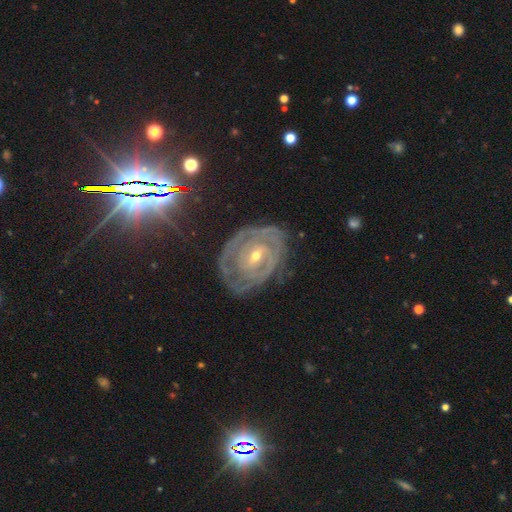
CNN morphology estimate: This is clearly a featured or disk galaxy (81%). It is clearly not viewed edge-on (96%). Bar: possibly no (46%). Spiral arm pattern: clearly yes (81%). Spiral arm count: marginally can't tell (45%). Spiral winding: likely tight (75%). Central bulge: likely small (64%). Merging: likely none (71%).